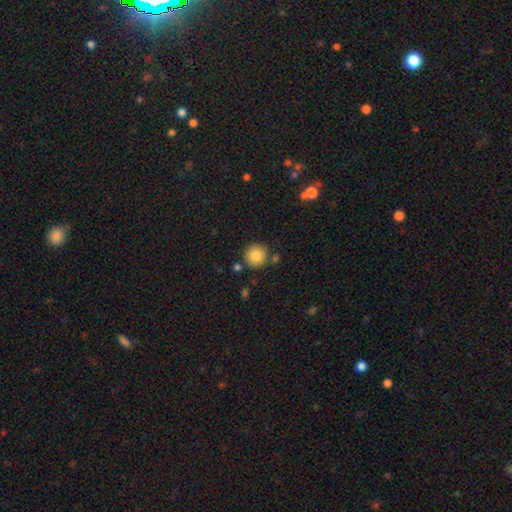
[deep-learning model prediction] Morphology: type=smooth (84%); roundness=round (93%); merging=none (82%).